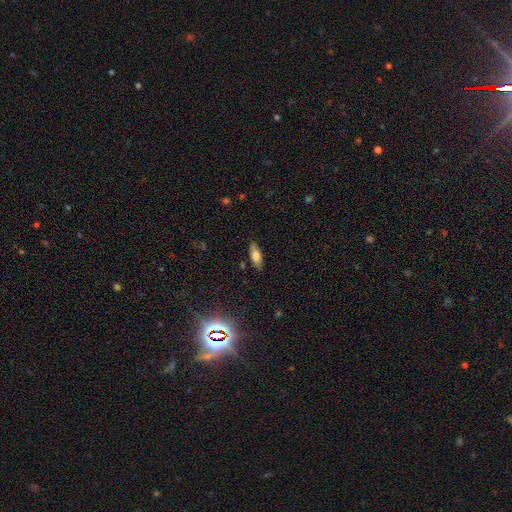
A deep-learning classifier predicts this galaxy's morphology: Smooth or featured? smooth (72%)
How rounded? in between (69%)
Merging? none (86%)